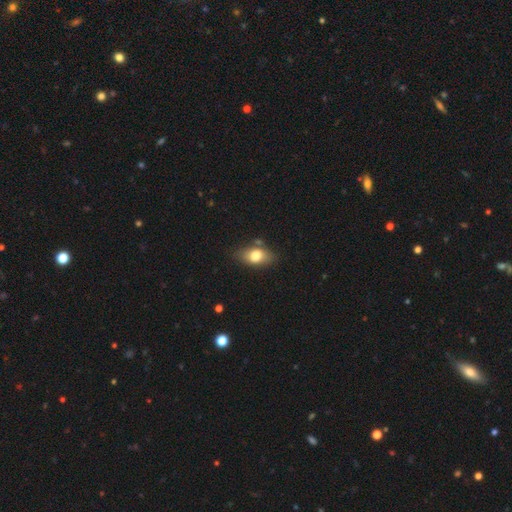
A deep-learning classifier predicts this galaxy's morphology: The model was most divided on "merging": none: 73%, minor disturbance: 18%, merger: 5%, major disturbance: 4%. More confident: how rounded — in between (85%); smooth or featured — smooth (76%).